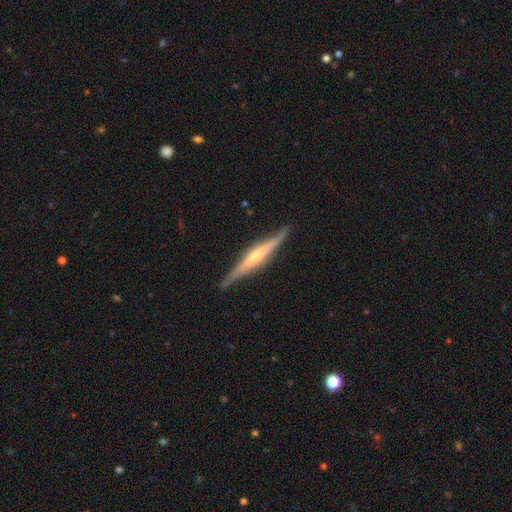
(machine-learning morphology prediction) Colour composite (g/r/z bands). It shows a featured or disk galaxy (77%) viewed edge-on (97%) with a rounded central bulge (57%). Merging: none (86%).